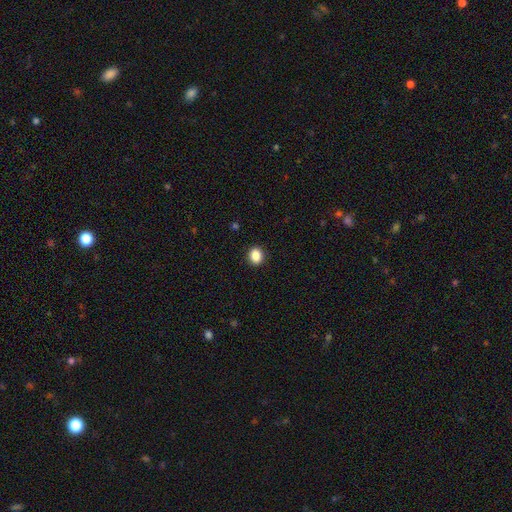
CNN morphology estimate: This is clearly a smooth galaxy (87%). How rounded: possibly round (55%). Merging: clearly none (91%).